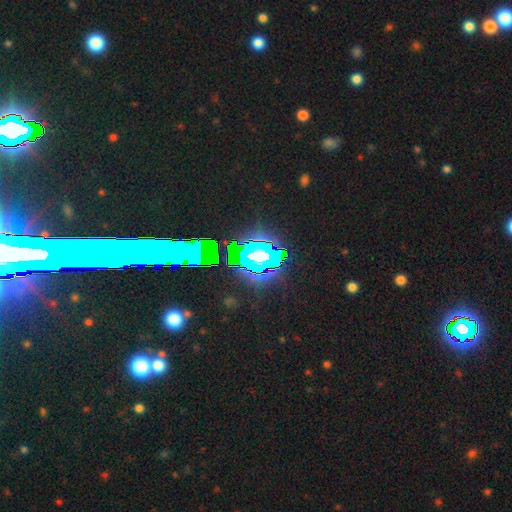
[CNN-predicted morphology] Smooth or featured: star or artifact — 57% (smooth — 21%)